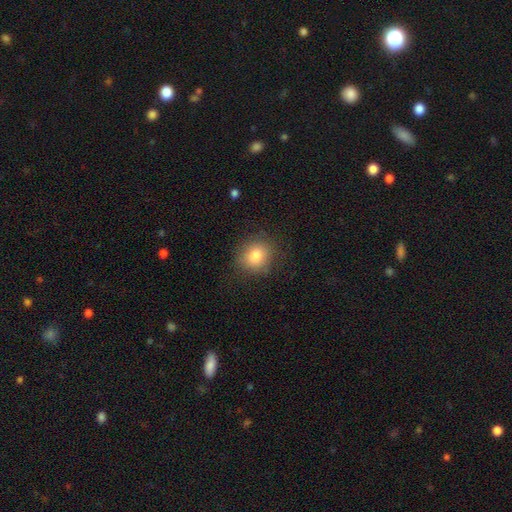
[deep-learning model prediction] Smooth or featured? smooth (80%)
How rounded? round (77%)
Merging? none (84%)